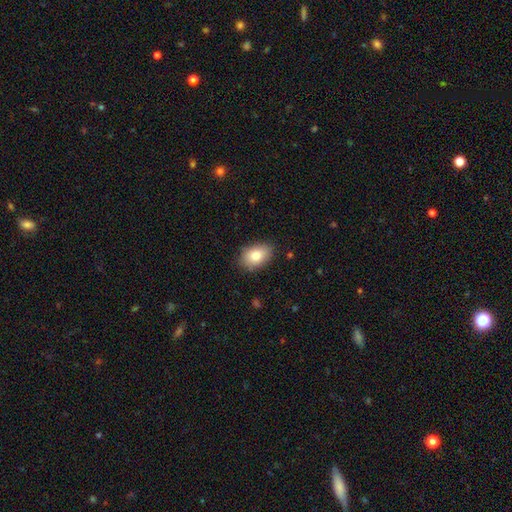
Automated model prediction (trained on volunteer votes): This is clearly a smooth galaxy (84%). How rounded: clearly in between (86%). Merging: clearly none (82%).